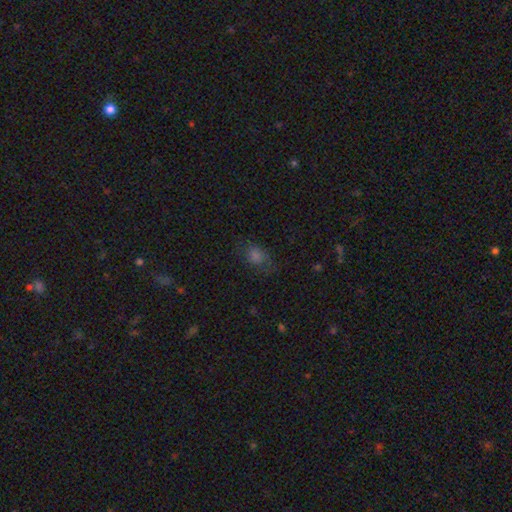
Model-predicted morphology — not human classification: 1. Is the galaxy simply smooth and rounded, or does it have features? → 64% smooth, 23% star or artifact, 13% featured or disk.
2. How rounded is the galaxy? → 63% in between, 34% round, 3% cigar-shaped.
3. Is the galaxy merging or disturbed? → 65% none, 21% minor disturbance, 12% major disturbance, 2% merger.